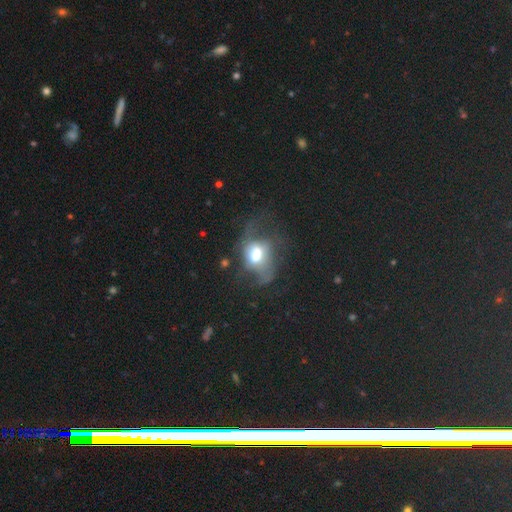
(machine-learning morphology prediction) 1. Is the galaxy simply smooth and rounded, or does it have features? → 44% featured or disk, 43% smooth, 13% star or artifact.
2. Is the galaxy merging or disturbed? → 51% major disturbance, 25% none, 18% minor disturbance, 5% merger.